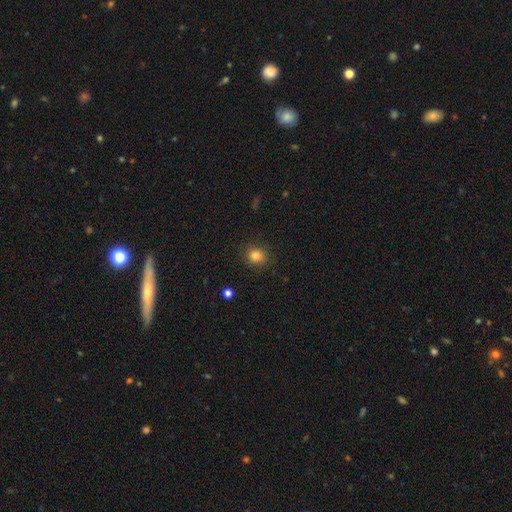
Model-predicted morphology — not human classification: smooth-or-featured: smooth: 82% | star or artifact: 12% | featured or disk: 6%
  how-rounded: round: 85% | in between: 14% | cigar-shaped: 1%
  merging: none: 89% | minor disturbance: 8% | major disturbance: 2% | merger: 1%